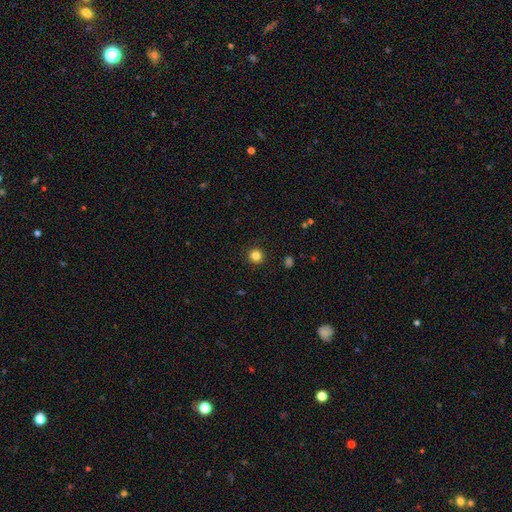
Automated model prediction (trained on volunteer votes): This is clearly a smooth galaxy (84%). How rounded: clearly round (94%). Merging: clearly none (92%).